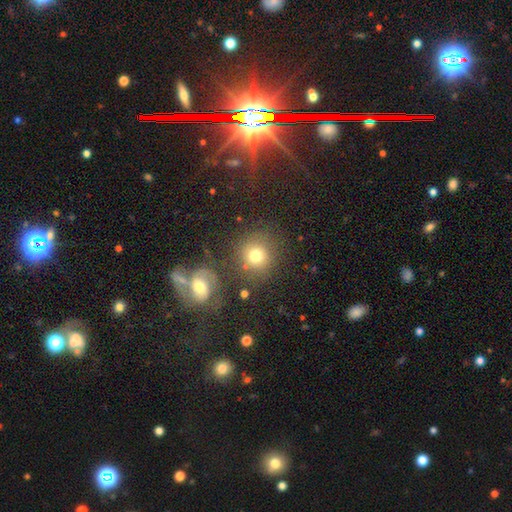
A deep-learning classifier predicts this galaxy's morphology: Overall: smooth (73%). How rounded: round (86%). Merging: none (69%).